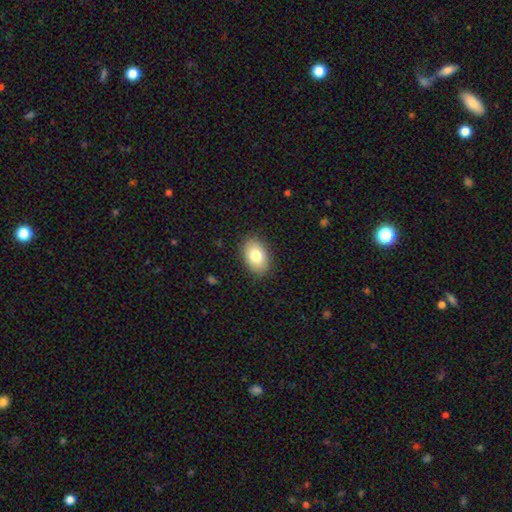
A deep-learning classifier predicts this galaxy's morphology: Smooth or featured?
  - smooth: 79% *
  - featured or disk: 13%
  - star or artifact: 8%
How rounded?
  - in between: 85% *
  - round: 14%
  - cigar-shaped: 1%
Merging?
  - none: 88% *
  - minor disturbance: 9%
  - major disturbance: 2%
  - merger: 1%